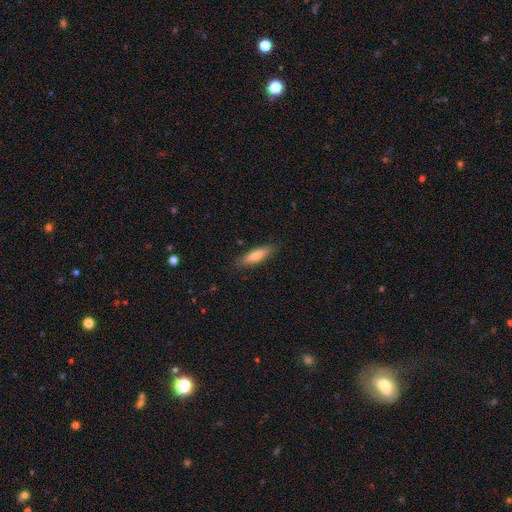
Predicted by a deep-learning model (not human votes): Smooth or featured? Predicted: smooth (p=0.71). How rounded? Predicted: cigar-shaped (p=0.66). Merging? Predicted: none (p=0.85).